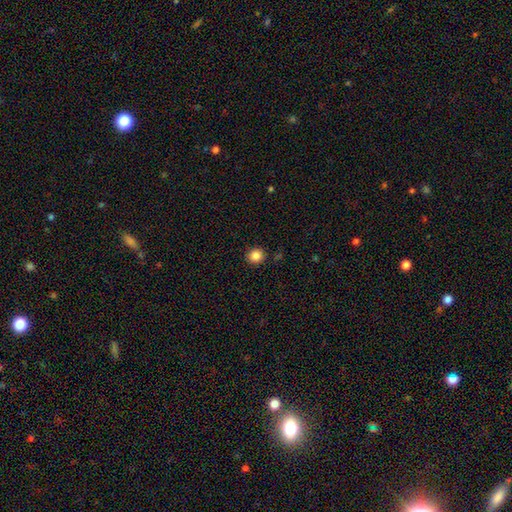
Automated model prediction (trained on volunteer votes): A smooth galaxy with no disk features (85%) that is round (88%).

Vote fractions:
- Smooth or featured? smooth: 85% / star or artifact: 11% / featured or disk: 4%
- How rounded? round: 88% / in between: 11% / cigar-shaped: 1%
- Merging? none: 89% / minor disturbance: 7% / major disturbance: 2% / merger: 2%